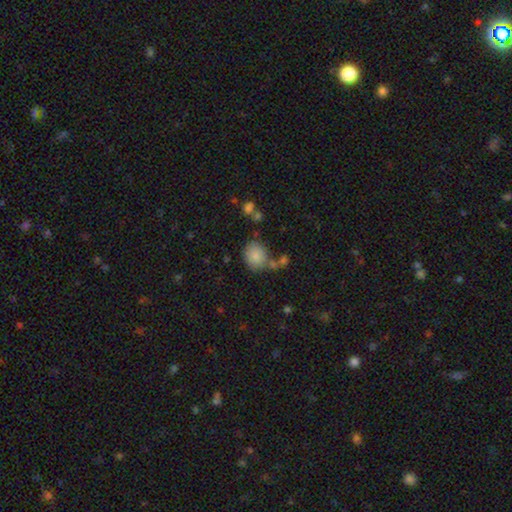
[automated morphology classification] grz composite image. It shows a smooth galaxy with no disk features (84%) that is round (68%). Merging: none (63%).